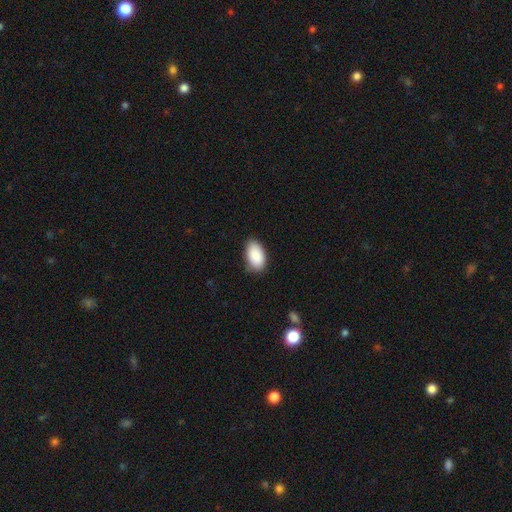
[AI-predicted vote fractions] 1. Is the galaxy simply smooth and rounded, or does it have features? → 89% smooth, 7% star or artifact, 4% featured or disk.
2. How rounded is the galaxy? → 95% in between, 4% round, 2% cigar-shaped.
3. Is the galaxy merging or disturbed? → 78% none, 18% minor disturbance, 3% major disturbance, 1% merger.